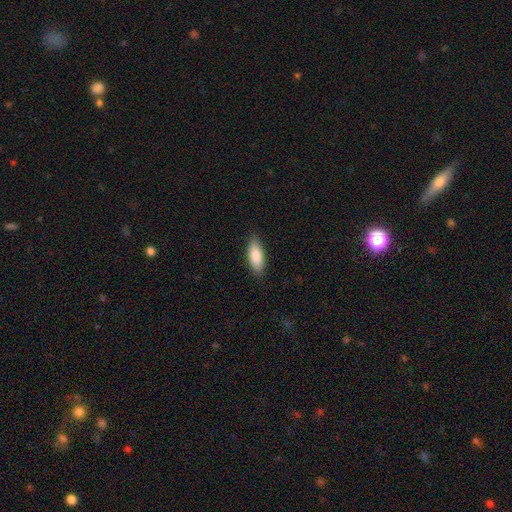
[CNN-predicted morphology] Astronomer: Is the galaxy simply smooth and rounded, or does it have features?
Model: smooth — 86%.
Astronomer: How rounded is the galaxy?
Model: in between — 77%.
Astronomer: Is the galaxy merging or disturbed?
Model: none — 87%.